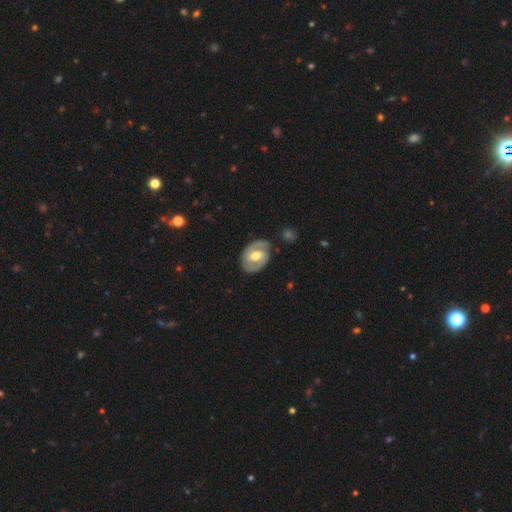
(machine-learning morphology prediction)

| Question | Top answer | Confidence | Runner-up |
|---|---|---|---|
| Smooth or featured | featured or disk | 83% | smooth (13%) |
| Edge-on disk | no | 97% | yes (3%) |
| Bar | weak | 45% | strong (29%) |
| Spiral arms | yes | 89% | no (11%) |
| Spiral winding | medium | 46% | tight (44%) |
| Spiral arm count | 2 | 90% | can't tell (5%) |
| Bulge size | moderate | 74% | small (13%) |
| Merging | none | 83% | minor disturbance (12%) |